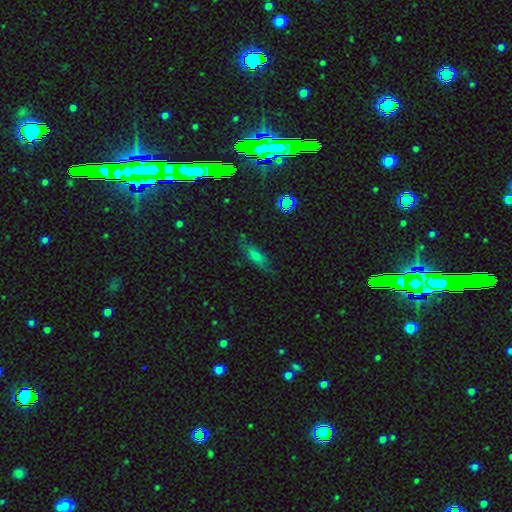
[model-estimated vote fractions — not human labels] smooth_or_featured: smooth (p=0.55) [alt: featured or disk p=0.28]
how_rounded: cigar-shaped (p=0.50) [alt: in between p=0.46]
merging: none (p=0.77) [alt: minor disturbance p=0.17]